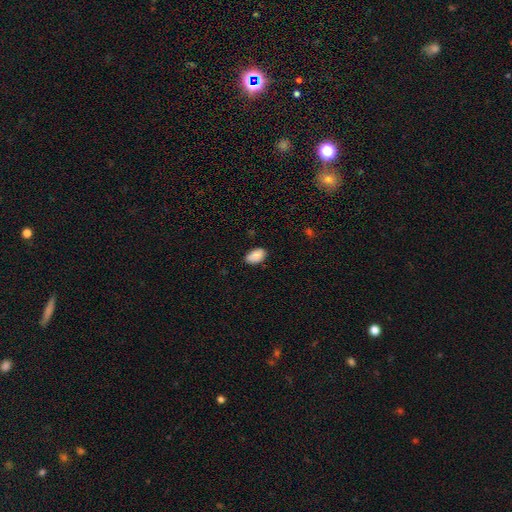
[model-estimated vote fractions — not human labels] Smooth or featured?
  - smooth: 89% *
  - star or artifact: 7%
  - featured or disk: 4%
How rounded?
  - in between: 94% *
  - round: 5%
  - cigar-shaped: 1%
Merging?
  - none: 79% *
  - minor disturbance: 17%
  - major disturbance: 3%
  - merger: 1%